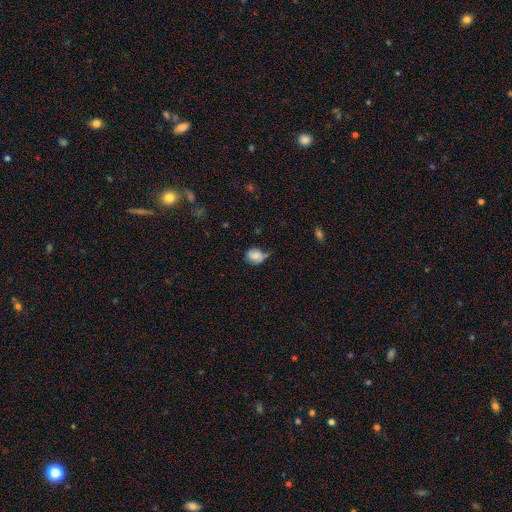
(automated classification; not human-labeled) Smooth or featured: smooth — 72% (featured or disk — 18%)
How rounded: round — 66% (in between — 33%)
Merging: none — 48% (minor disturbance — 35%)